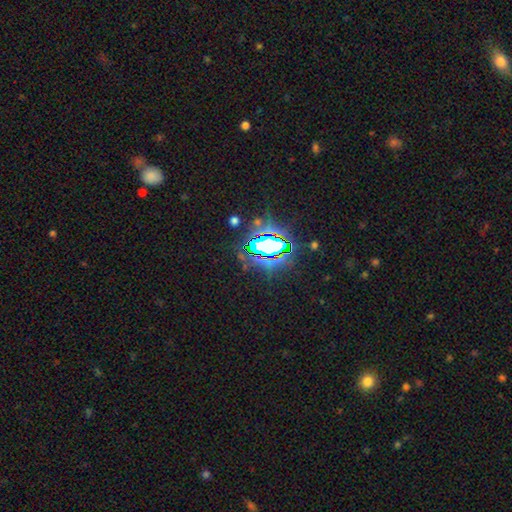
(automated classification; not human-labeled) Smooth or featured?
  - star or artifact: 84% *
  - smooth: 9%
  - featured or disk: 7%